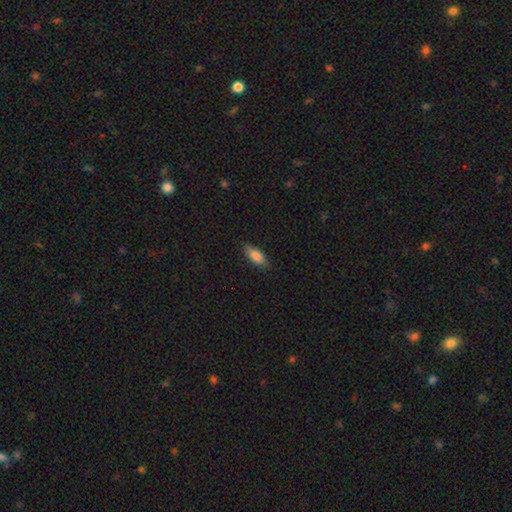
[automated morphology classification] This is clearly a smooth galaxy (82%). How rounded: likely in between (76%). Merging: clearly none (83%).